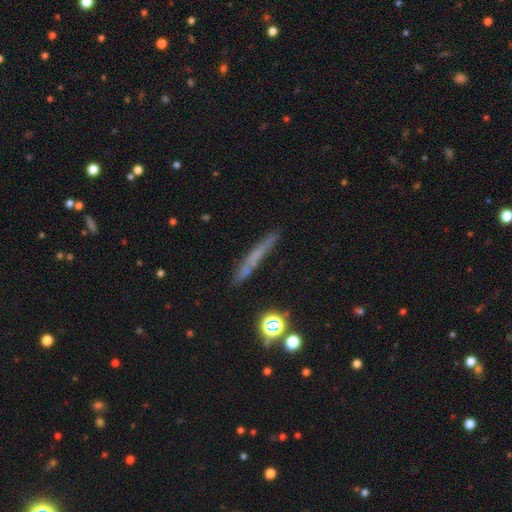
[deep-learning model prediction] This is possibly a smooth galaxy (53%). How rounded: clearly cigar-shaped (93%). Merging: clearly none (81%).